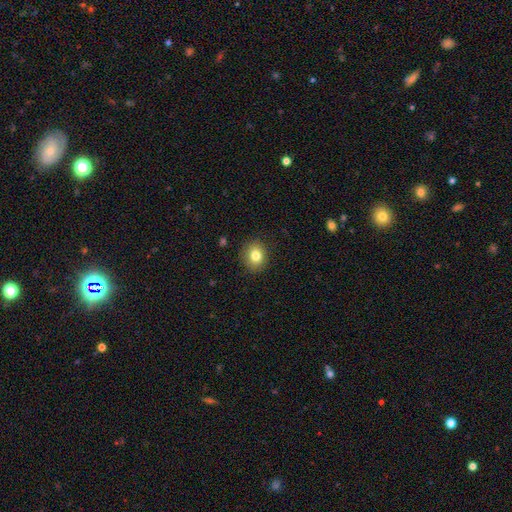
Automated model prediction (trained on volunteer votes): This appears to be a smooth galaxy with no disk features (81%) that is round (68%). Merging: none (89%).